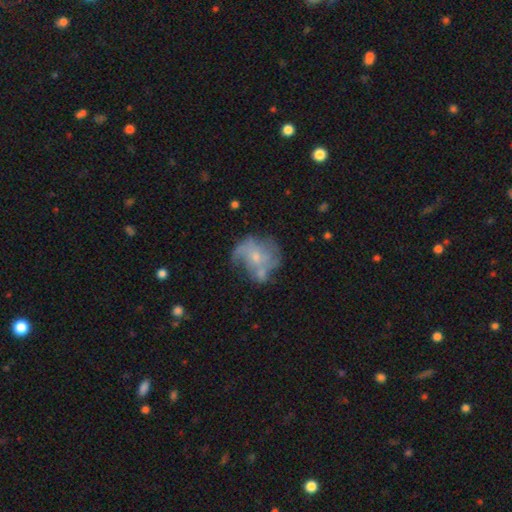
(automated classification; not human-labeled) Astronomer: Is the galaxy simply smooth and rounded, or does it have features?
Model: featured or disk — 66%.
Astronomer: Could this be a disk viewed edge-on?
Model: no — 98%.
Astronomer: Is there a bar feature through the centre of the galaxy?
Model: no — 75%.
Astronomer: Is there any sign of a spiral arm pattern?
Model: yes — 68%.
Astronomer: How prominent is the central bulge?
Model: small — 61%.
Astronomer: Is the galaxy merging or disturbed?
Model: none — 44% (runner-up: major disturbance, 23%).